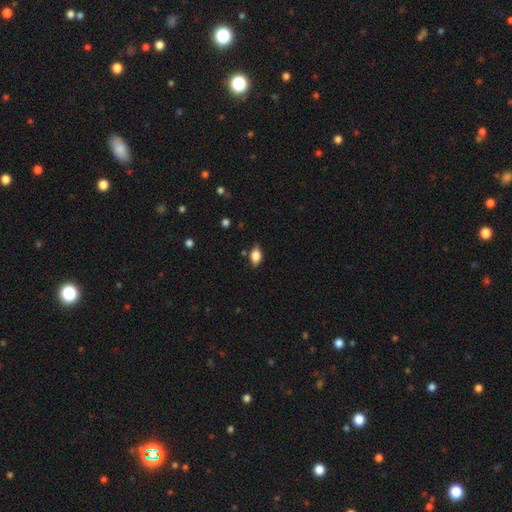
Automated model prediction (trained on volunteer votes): Q: Smooth or featured?
A: smooth (77%); runner-up: featured or disk (14%)
Q: How rounded?
A: in between (85%); runner-up: round (10%)
Q: Merging?
A: none (76%); runner-up: minor disturbance (18%)